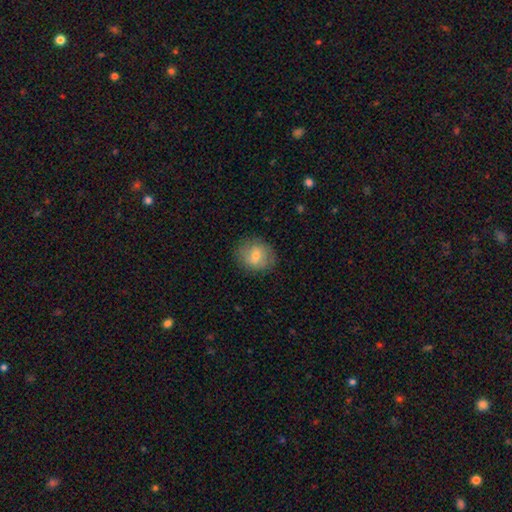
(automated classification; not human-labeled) A smooth galaxy with no disk features (69%) that is round (71%).

Vote fractions:
- Smooth or featured? smooth: 69% / featured or disk: 23% / star or artifact: 8%
- How rounded? round: 71% / in between: 28% / cigar-shaped: 1%
- Merging? none: 84% / minor disturbance: 12% / major disturbance: 4% / merger: 1%